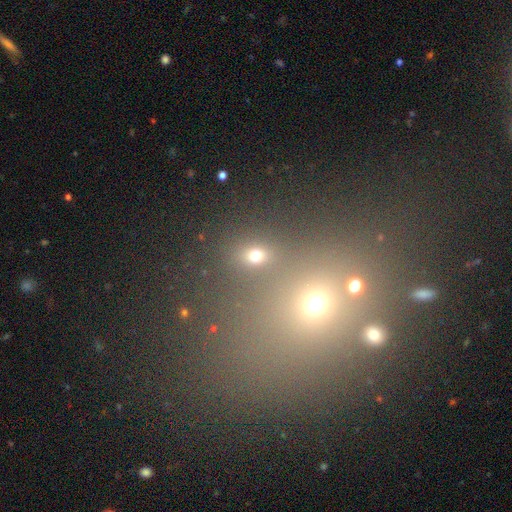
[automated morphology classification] This is likely a smooth galaxy (61%). How rounded: possibly round (53%). Merging: likely none (75%).